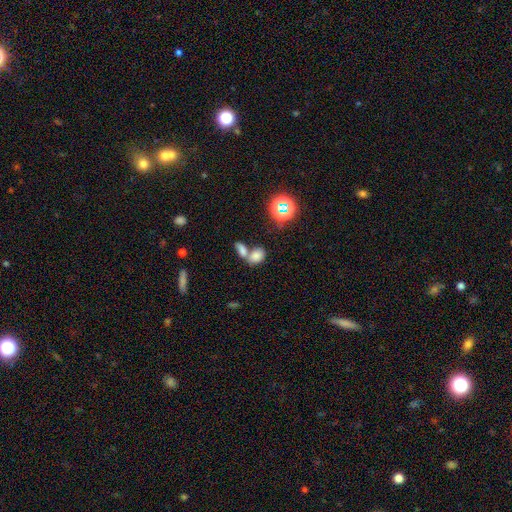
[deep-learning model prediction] smooth-or-featured: smooth: 75% | star or artifact: 15% | featured or disk: 10%
  how-rounded: in between: 80% | round: 18% | cigar-shaped: 2%
  merging: merger: 56% | none: 31% | minor disturbance: 8% | major disturbance: 4%